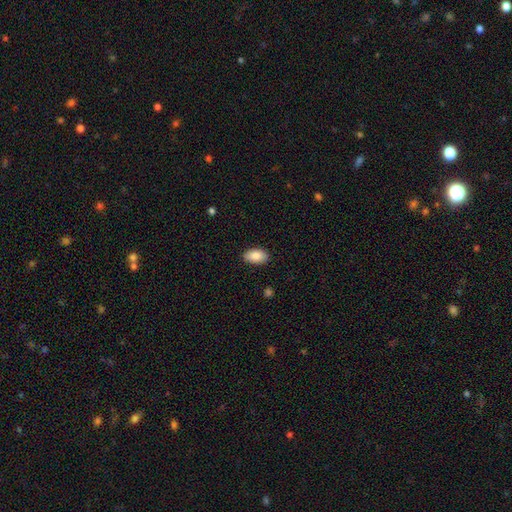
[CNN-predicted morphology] smooth 89%, star or artifact 7%, featured or disk 5%. Down the decision tree: how rounded — in between (93%); merging — none (87%).